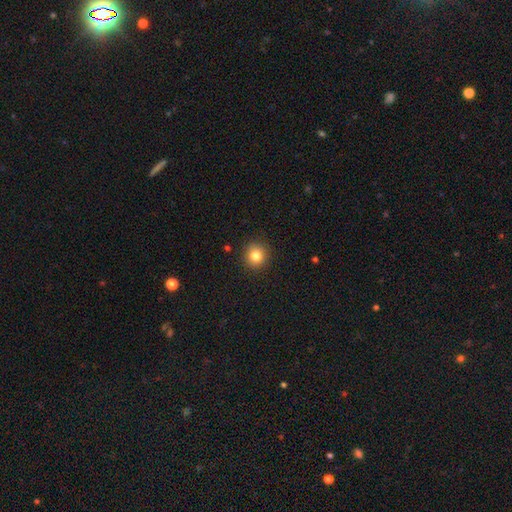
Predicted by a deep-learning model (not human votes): A smooth galaxy with no disk features (83%) that is round (91%). Merging: none (90%).